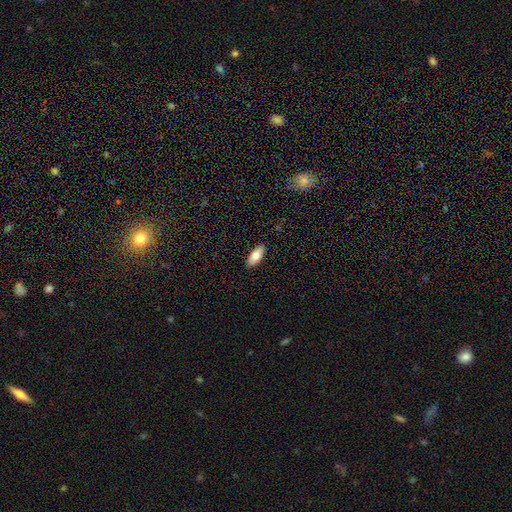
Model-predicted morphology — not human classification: smooth_or_featured: smooth (p=0.80) [alt: featured or disk p=0.14]
how_rounded: in between (p=0.83) [alt: cigar-shaped p=0.15]
merging: none (p=0.90) [alt: minor disturbance p=0.08]